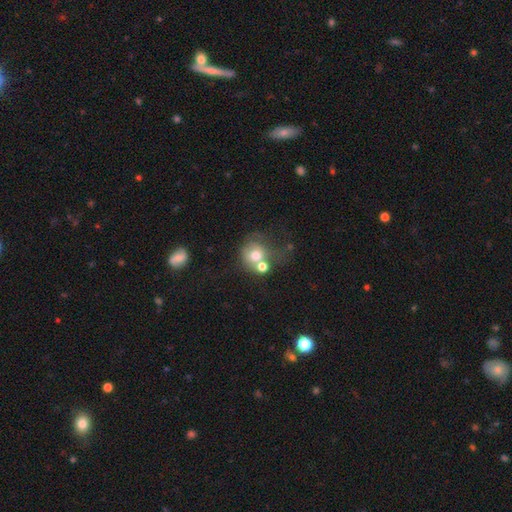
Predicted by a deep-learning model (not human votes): Smooth or featured? Predicted: smooth (p=0.64). How rounded? Predicted: round (p=0.78). Merging? Predicted: merger (p=0.48).